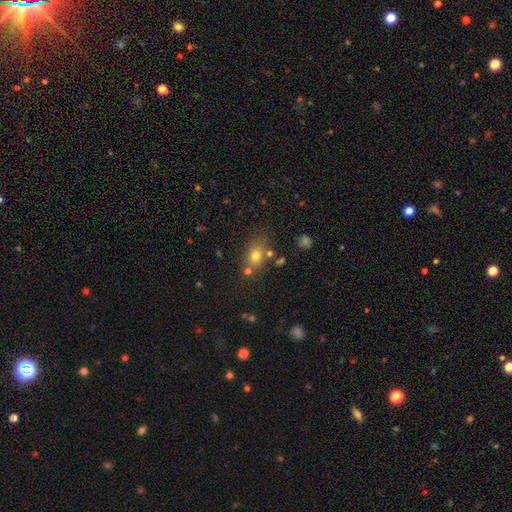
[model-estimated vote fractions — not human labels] The model was most divided on "how rounded": in between: 63%, round: 35%, cigar-shaped: 3%. More confident: smooth or featured — smooth (72%); merging — none (68%).